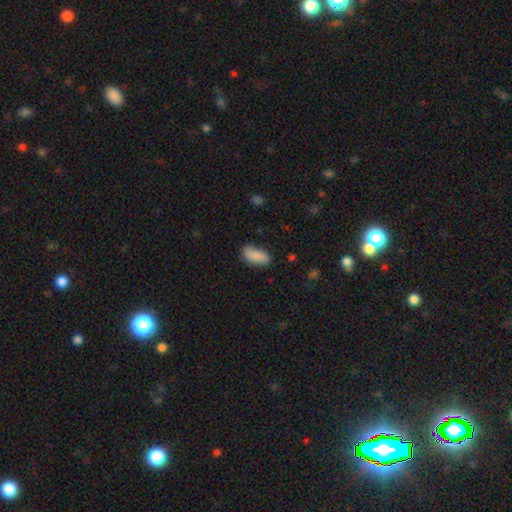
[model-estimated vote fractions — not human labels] smooth-or-featured: smooth: 84% | featured or disk: 9% | star or artifact: 7%
  how-rounded: in between: 90% | cigar-shaped: 7% | round: 3%
  merging: none: 66% | minor disturbance: 24% | major disturbance: 6% | merger: 3%